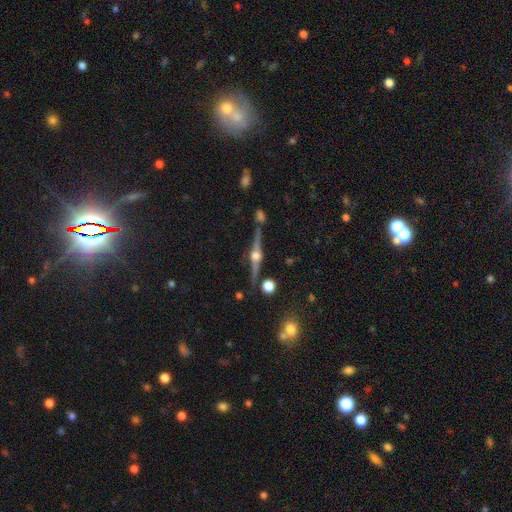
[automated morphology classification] Smooth or featured?
  - featured or disk: 87% *
  - star or artifact: 7%
  - smooth: 7%
Edge-on disk?
  - yes: 98% *
  - no: 2%
Edge-on bulge?
  - rounded: 95% *
  - boxy: 3%
  - none: 2%
Merging?
  - none: 84% *
  - minor disturbance: 9%
  - merger: 4%
  - major disturbance: 2%